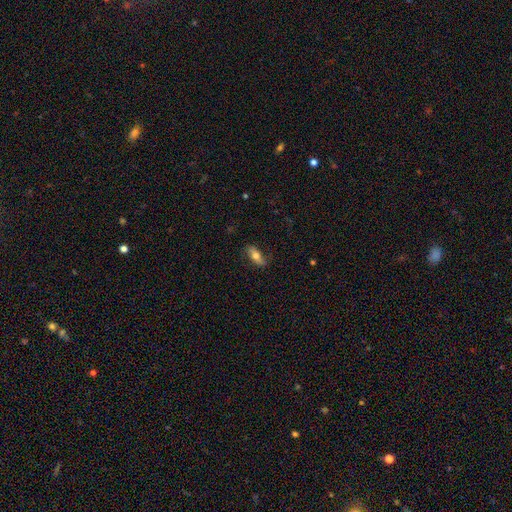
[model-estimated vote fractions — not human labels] The model was most divided on "smooth or featured": smooth: 63%, featured or disk: 30%, star or artifact: 7%. More confident: merging — none (75%); how rounded — in between (69%).